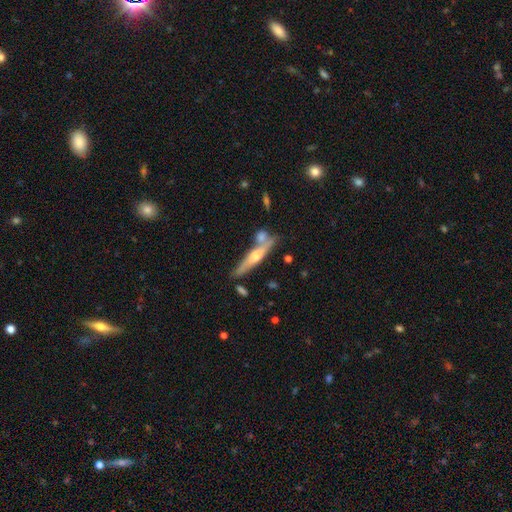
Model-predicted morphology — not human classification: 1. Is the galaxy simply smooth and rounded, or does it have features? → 62% featured or disk, 32% smooth, 6% star or artifact.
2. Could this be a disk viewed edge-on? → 93% yes, 7% no.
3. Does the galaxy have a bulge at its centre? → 88% rounded, 8% none, 4% boxy.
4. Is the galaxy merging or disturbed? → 68% none, 16% merger, 13% minor disturbance, 3% major disturbance.